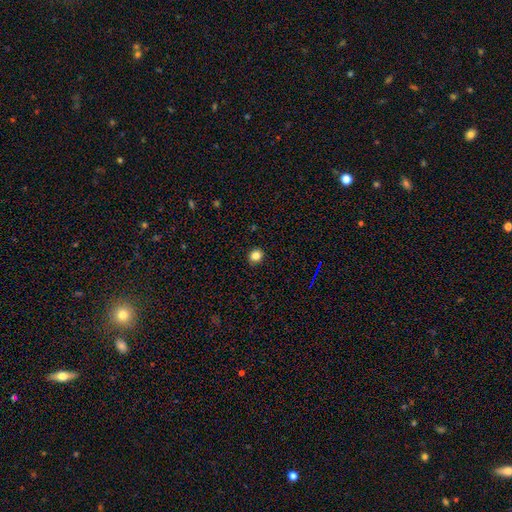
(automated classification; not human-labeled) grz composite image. It shows a smooth galaxy with no disk features (83%) that is round (81%). Merging: none (91%).